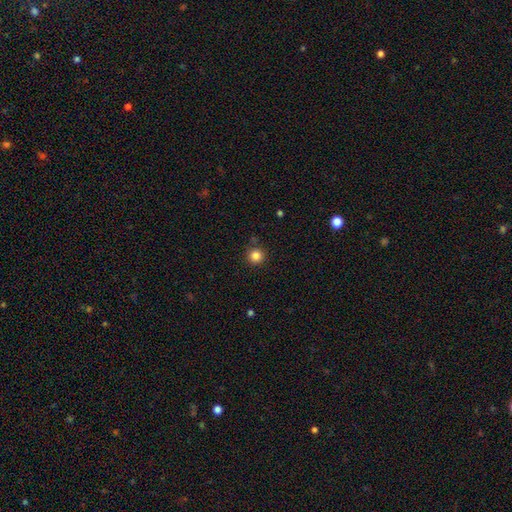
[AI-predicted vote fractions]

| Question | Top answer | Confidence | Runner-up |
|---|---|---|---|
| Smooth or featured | smooth | 84% | star or artifact (12%) |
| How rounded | round | 95% | in between (4%) |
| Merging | none | 88% | minor disturbance (7%) |